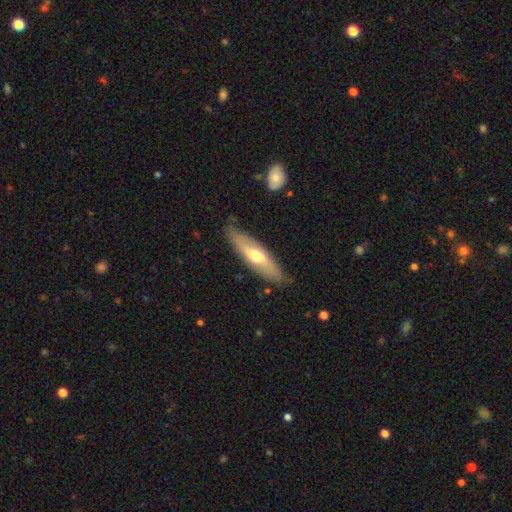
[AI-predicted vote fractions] The model was most divided on "smooth or featured": smooth: 48%, featured or disk: 47%, star or artifact: 5%. More confident: merging — none (81%).